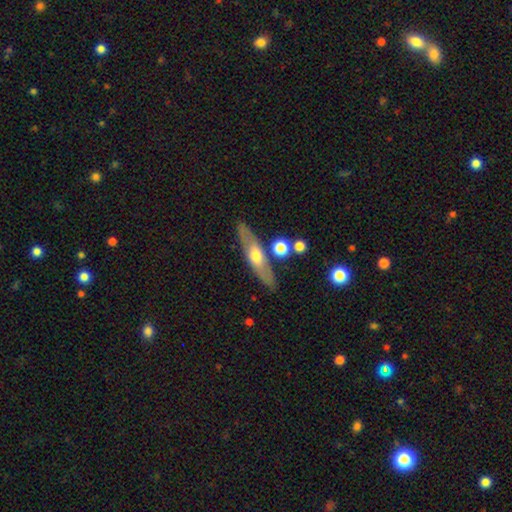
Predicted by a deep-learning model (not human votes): Smooth or featured?
  - featured or disk: 55% *
  - smooth: 39%
  - star or artifact: 6%
Edge-on disk?
  - yes: 75% *
  - no: 25%
Merging?
  - none: 81% *
  - minor disturbance: 10%
  - merger: 7%
  - major disturbance: 3%